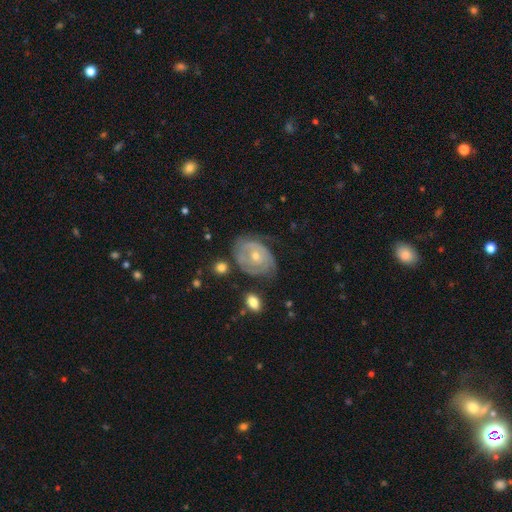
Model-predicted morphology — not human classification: Smooth or featured? Predicted: featured or disk (p=0.77). Edge-on disk? Predicted: no (p=0.96). Bar? Predicted: no (p=0.75). Spiral arms? Predicted: yes (p=0.85). Spiral winding? Predicted: tight (p=0.70). Spiral arm count? Predicted: 2 (p=0.39). Bulge size? Predicted: small (p=0.49). Merging? Predicted: none (p=0.65).